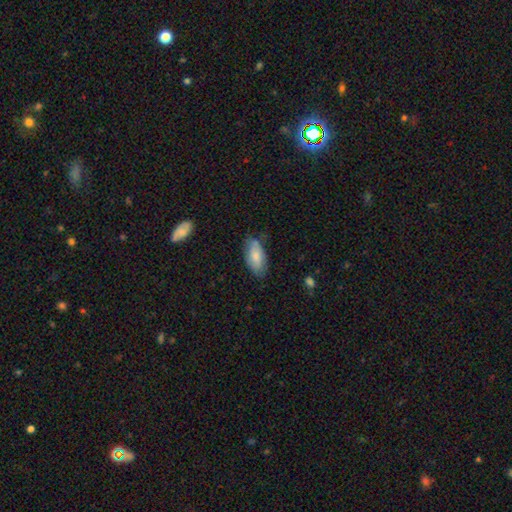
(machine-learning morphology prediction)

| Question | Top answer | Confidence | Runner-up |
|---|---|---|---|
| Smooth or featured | smooth | 79% | featured or disk (14%) |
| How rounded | in between | 90% | cigar-shaped (8%) |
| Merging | none | 65% | minor disturbance (26%) |